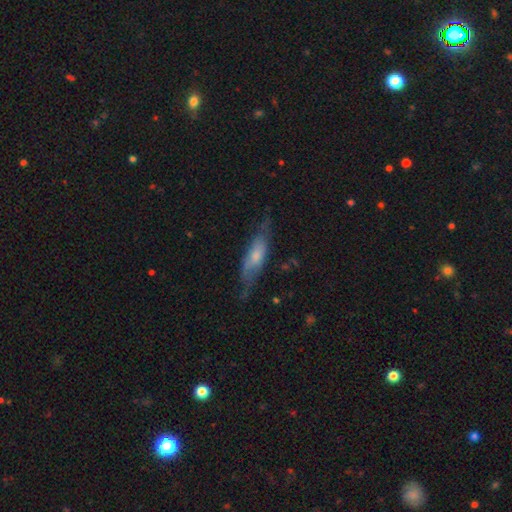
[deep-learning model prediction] This is possibly a smooth galaxy (50%). How rounded: possibly cigar-shaped (52%). Merging: possibly none (55%).